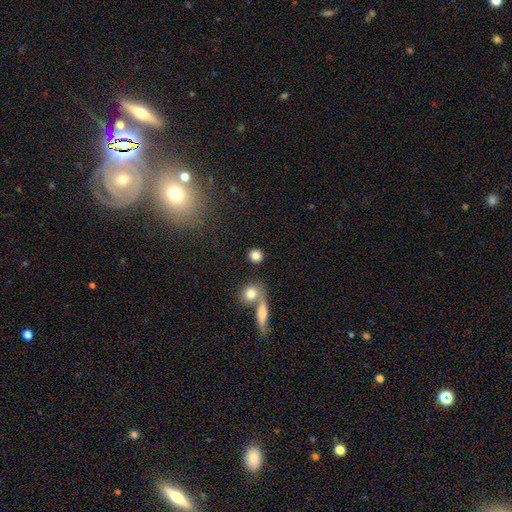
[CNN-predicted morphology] Smooth or featured? Predicted: smooth (p=0.84). How rounded? Predicted: round (p=0.85). Merging? Predicted: none (p=0.76).